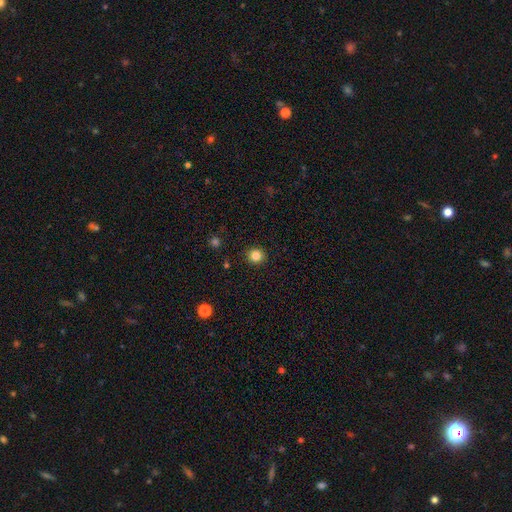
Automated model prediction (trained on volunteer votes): The model was most divided on "smooth or featured": smooth: 84%, star or artifact: 12%, featured or disk: 5%. More confident: merging — none (92%); how rounded — round (91%).